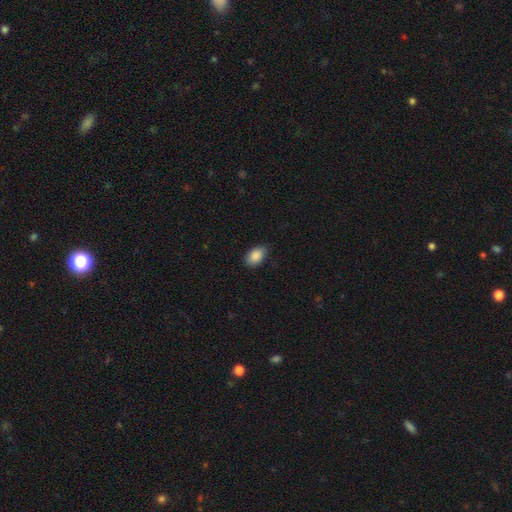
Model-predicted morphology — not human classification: smooth 89%, star or artifact 7%, featured or disk 4%. Down the decision tree: how rounded — in between (88%); merging — none (80%).